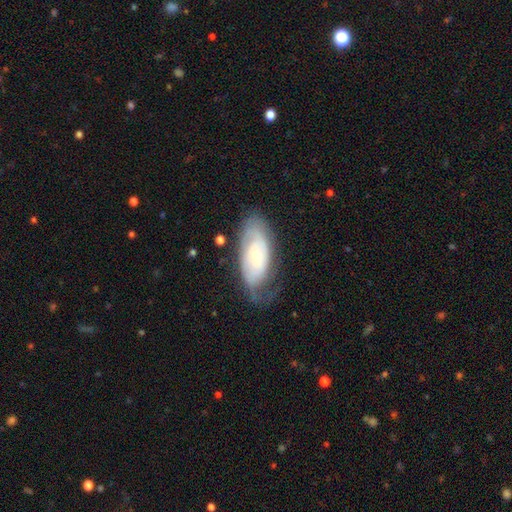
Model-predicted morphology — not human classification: A featured or disk galaxy (65%) with no bar (78%), spiral arms (75%) and a small central bulge (64%). Merging: none (56%).